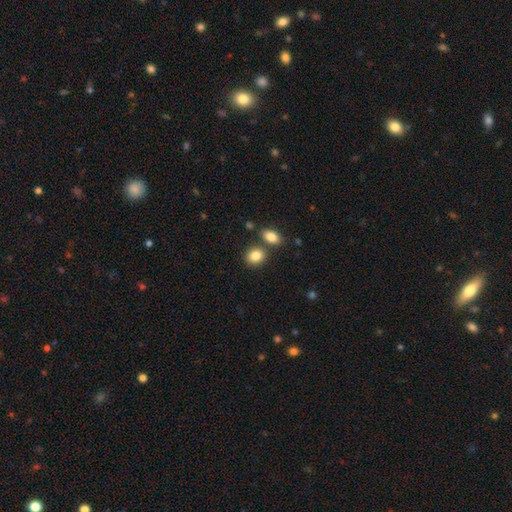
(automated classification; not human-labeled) smooth_or_featured: smooth (p=0.85) [alt: star or artifact p=0.09]
how_rounded: round (p=0.52) [alt: in between p=0.47]
merging: none (p=0.68) [alt: merger p=0.19]